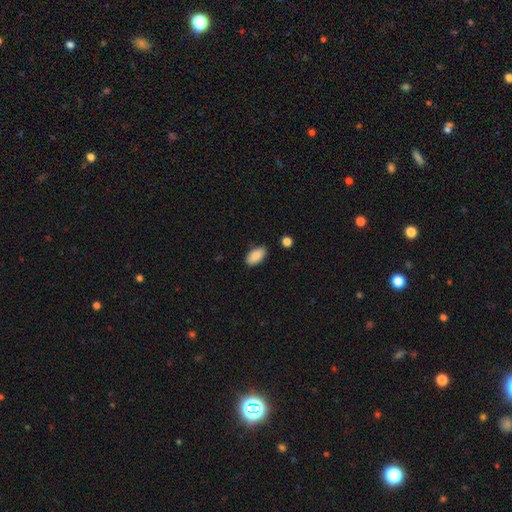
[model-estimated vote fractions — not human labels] Overall: smooth (89%). How rounded: in between (94%). Merging: none (83%).